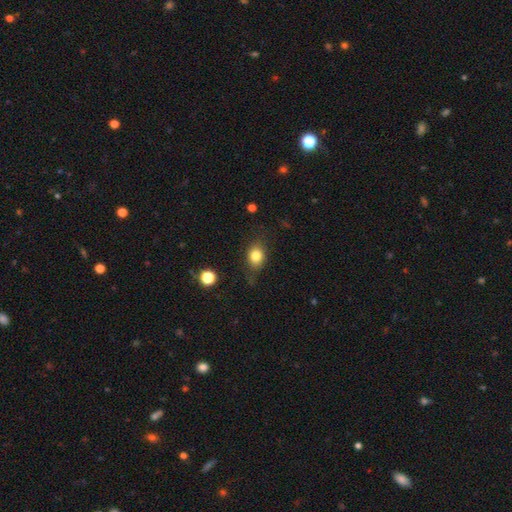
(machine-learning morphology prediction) smooth-or-featured: smooth: 80% | star or artifact: 10% | featured or disk: 10%
  how-rounded: in between: 55% | round: 44% | cigar-shaped: 2%
  merging: none: 73% | minor disturbance: 19% | major disturbance: 6% | merger: 2%